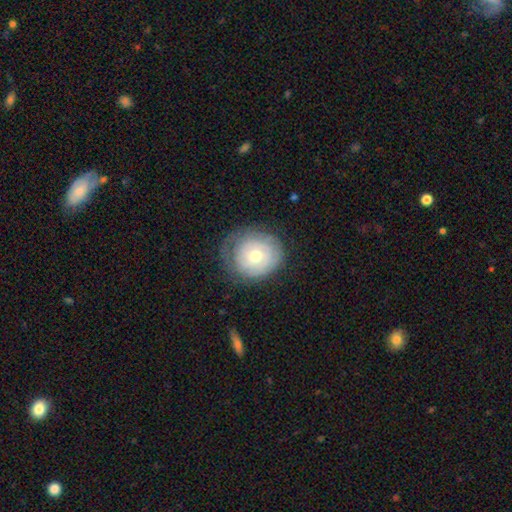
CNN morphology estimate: smooth_or_featured: featured or disk (p=0.62) [alt: smooth p=0.31]
disk_edge_on: no (p=0.97) [alt: yes p=0.03]
bar: no (p=0.78) [alt: weak p=0.18]
has_spiral_arms: yes (p=0.78) [alt: no p=0.22]
bulge_size: moderate (p=0.61) [alt: small p=0.34]
merging: none (p=0.69) [alt: minor disturbance p=0.20]